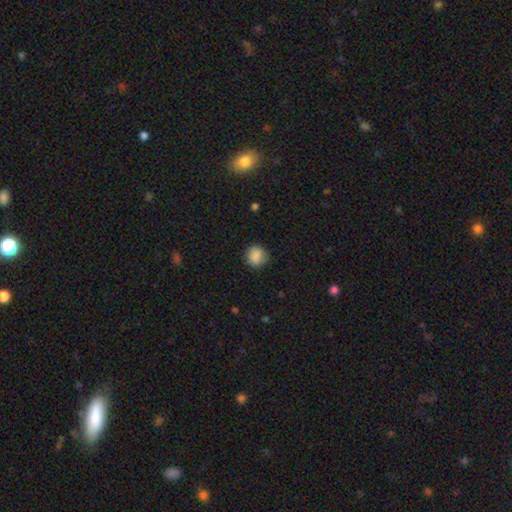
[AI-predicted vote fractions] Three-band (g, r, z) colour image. It shows a smooth galaxy with no disk features (87%) that is round (84%). Merging: none (81%).